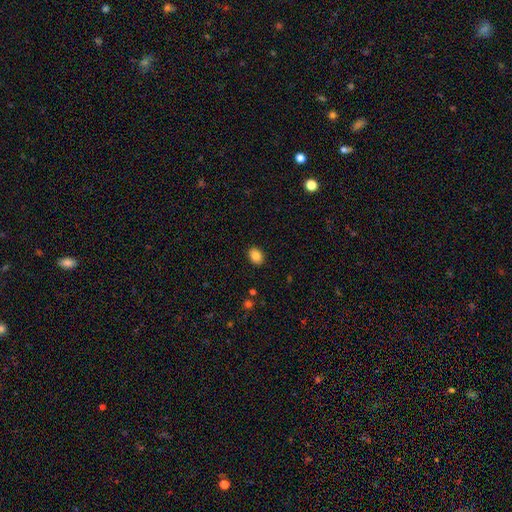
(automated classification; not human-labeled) This appears to be a smooth galaxy with no disk features (86%) that is in between round and cigar-shaped (70%). Merging: none (90%).